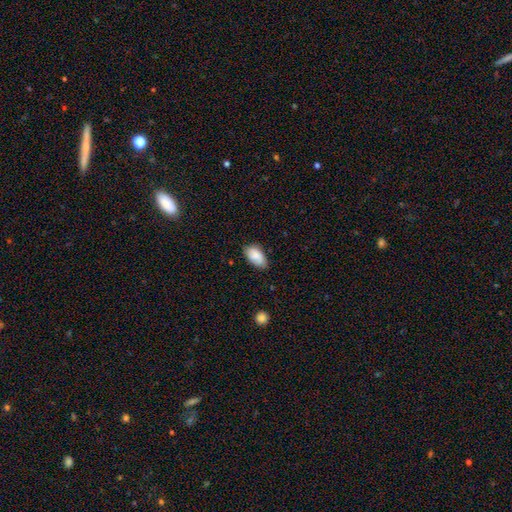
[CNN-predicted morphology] smooth_or_featured: smooth (p=0.83) [alt: featured or disk p=0.10]
how_rounded: in between (p=0.94) [alt: round p=0.04]
merging: none (p=0.70) [alt: minor disturbance p=0.25]